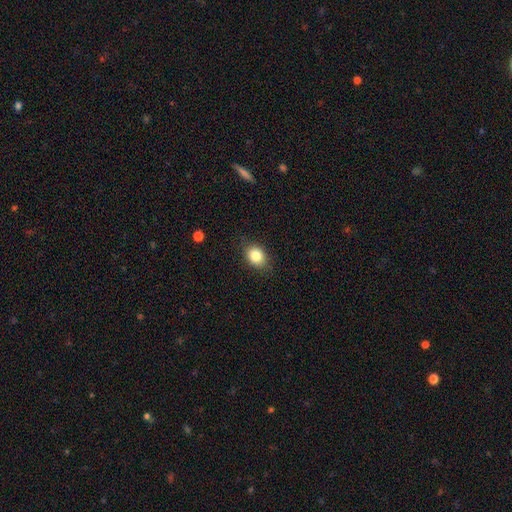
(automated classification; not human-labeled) This appears to be a smooth galaxy with no disk features (83%) that is in between round and cigar-shaped (59%). Merging: none (82%).